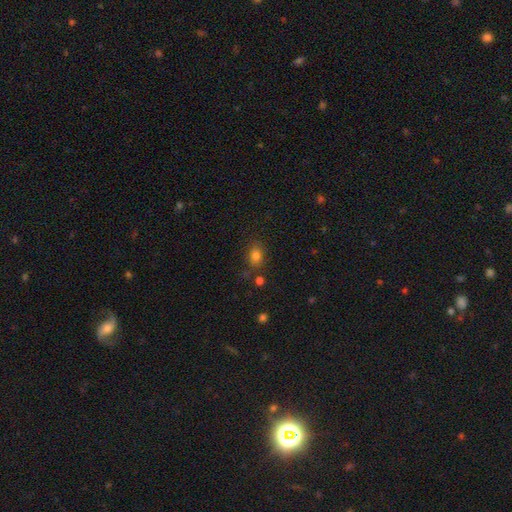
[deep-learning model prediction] This is likely a smooth galaxy (79%). How rounded: likely in between (62%). Merging: likely none (74%).